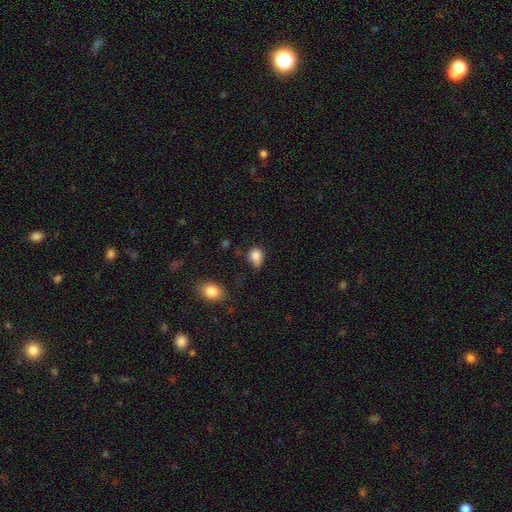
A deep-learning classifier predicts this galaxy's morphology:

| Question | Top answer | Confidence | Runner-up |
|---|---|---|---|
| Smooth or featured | smooth | 82% | star or artifact (10%) |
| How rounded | round | 56% | in between (43%) |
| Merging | none | 40% | minor disturbance (38%) |